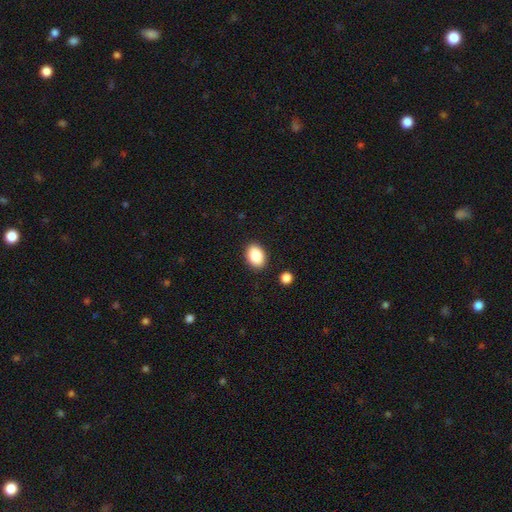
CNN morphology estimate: Overall: smooth (88%). How rounded: in between (80%). Merging: none (88%).